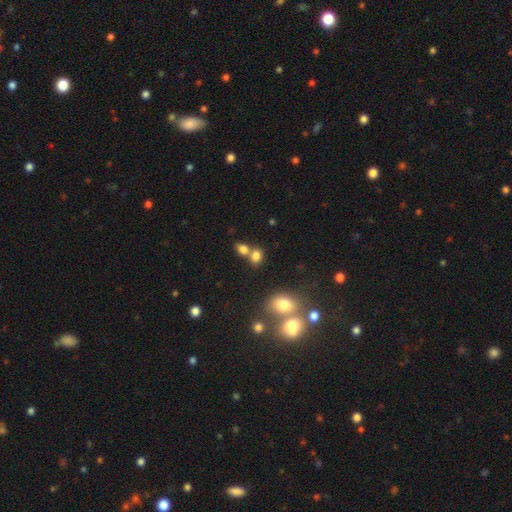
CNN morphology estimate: Smooth or featured? smooth (78%)
How rounded? in between (62%)
Merging? merger (44%)